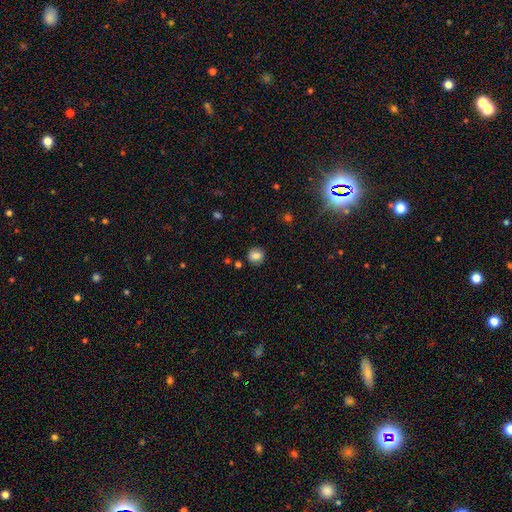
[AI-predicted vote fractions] Q: Smooth or featured?
A: smooth (80%); runner-up: star or artifact (11%)
Q: How rounded?
A: round (82%); runner-up: in between (17%)
Q: Merging?
A: none (85%); runner-up: minor disturbance (10%)